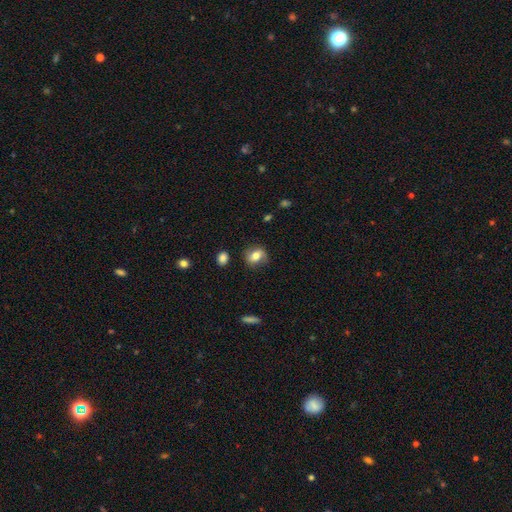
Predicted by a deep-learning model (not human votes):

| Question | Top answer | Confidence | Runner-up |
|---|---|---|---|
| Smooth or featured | smooth | 65% | featured or disk (26%) |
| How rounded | round | 53% | in between (45%) |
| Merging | none | 76% | minor disturbance (17%) |